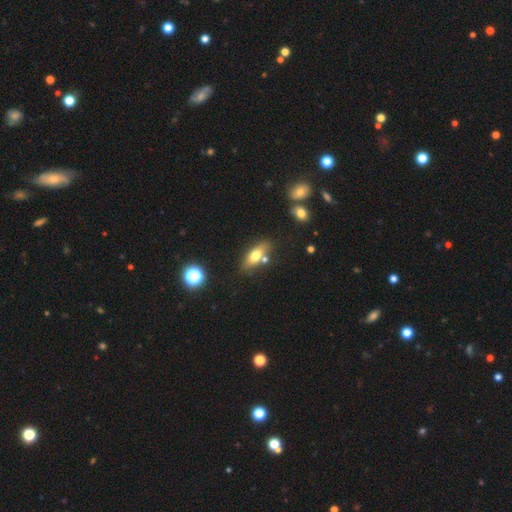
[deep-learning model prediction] This appears to be a smooth galaxy with no disk features (66%) that is in between round and cigar-shaped (75%). Merging: none (69%).